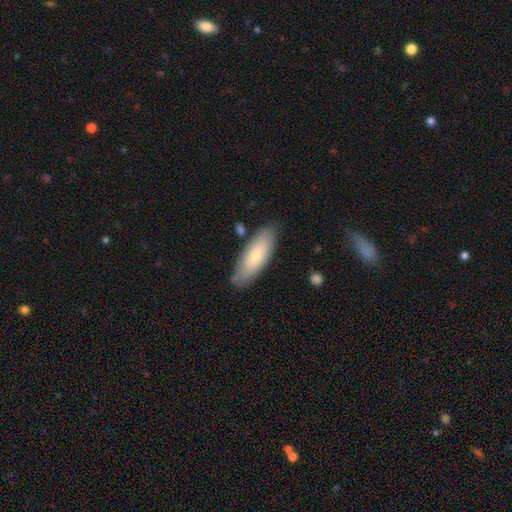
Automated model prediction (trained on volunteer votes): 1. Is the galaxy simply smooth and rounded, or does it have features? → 71% smooth, 23% featured or disk, 6% star or artifact.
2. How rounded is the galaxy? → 70% in between, 28% cigar-shaped, 2% round.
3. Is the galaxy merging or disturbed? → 80% none, 15% minor disturbance, 3% merger, 3% major disturbance.